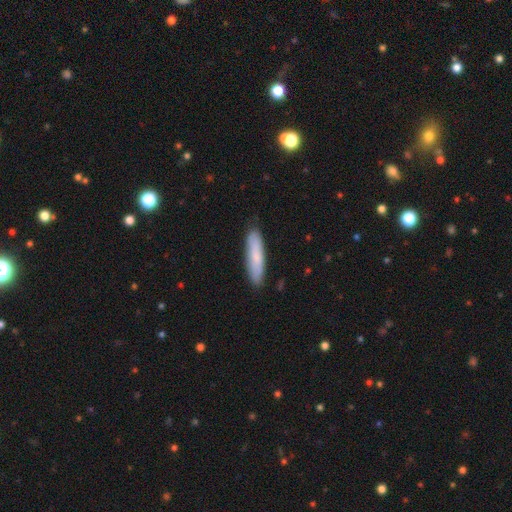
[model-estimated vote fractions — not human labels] A smooth galaxy with no disk features (77%) that is cigar-shaped (79%).

Vote fractions:
- Smooth or featured? smooth: 77% / featured or disk: 18% / star or artifact: 5%
- How rounded? cigar-shaped: 79% / in between: 19% / round: 1%
- Merging? none: 87% / minor disturbance: 11% / major disturbance: 2% / merger: 1%